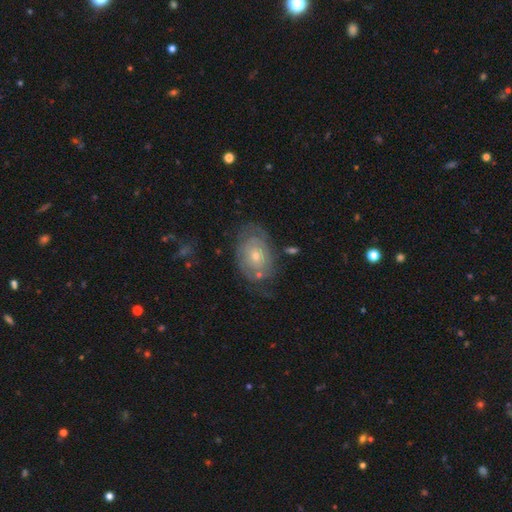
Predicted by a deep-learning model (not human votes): A featured or disk galaxy (72%) with no bar (82%), tight (70%) spiral arms (80%) and a small central bulge (50%). Merging: none (65%).